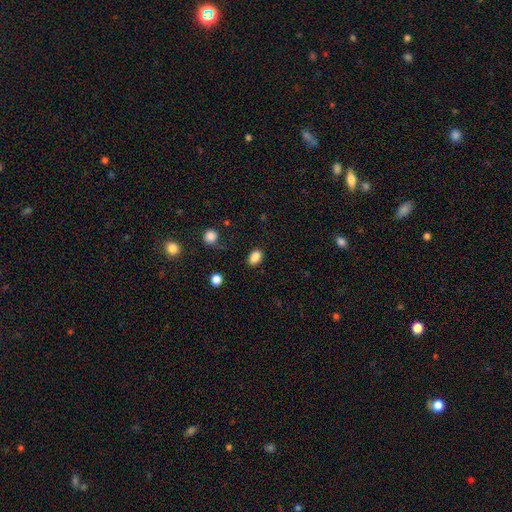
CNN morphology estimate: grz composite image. It shows a smooth galaxy with no disk features (86%) that is in between round and cigar-shaped (78%). Merging: none (81%).